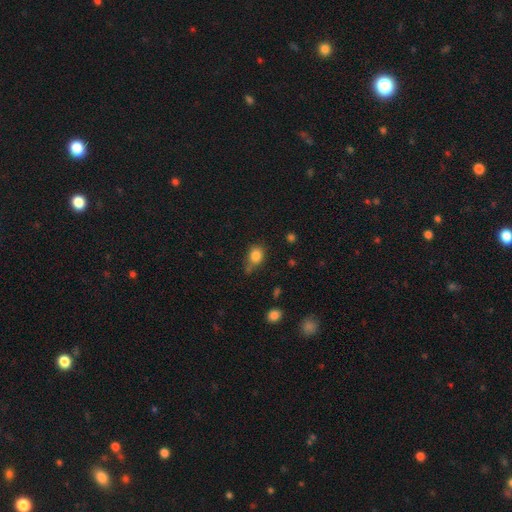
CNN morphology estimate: smooth 83%, star or artifact 11%, featured or disk 7%. Down the decision tree: how rounded — round (56%); merging — none (57%).